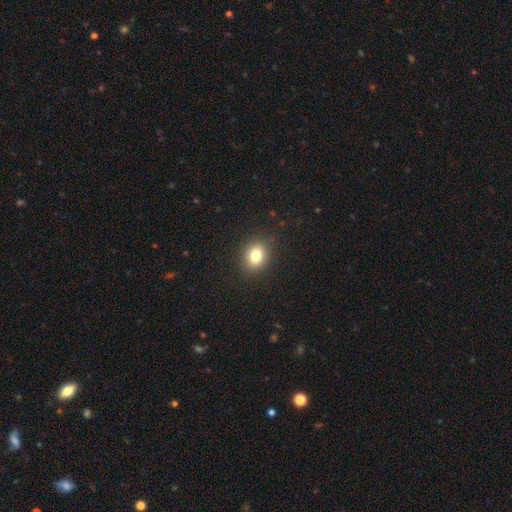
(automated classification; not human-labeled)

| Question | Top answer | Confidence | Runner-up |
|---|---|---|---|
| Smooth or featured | smooth | 81% | star or artifact (11%) |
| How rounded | round | 58% | in between (41%) |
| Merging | none | 89% | minor disturbance (7%) |